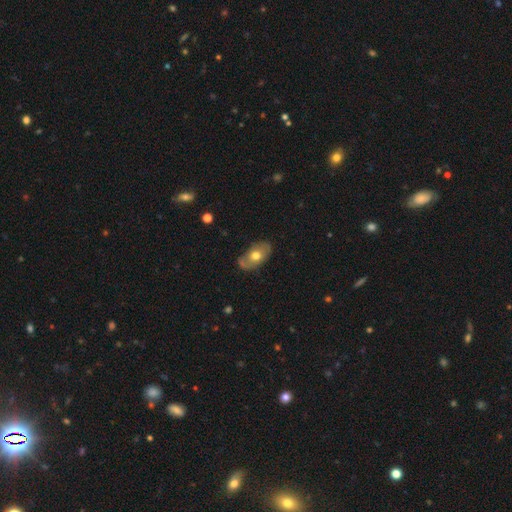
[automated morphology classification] Overall: smooth (54%; featured or disk 39%). How rounded: in between (89%). Merging: none (68%).